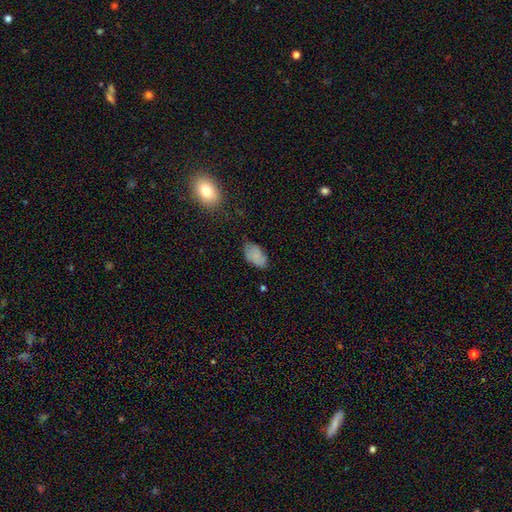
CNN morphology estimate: This appears to be a smooth galaxy with no disk features (78%) that is in between round and cigar-shaped (93%). Merging: none (67%).